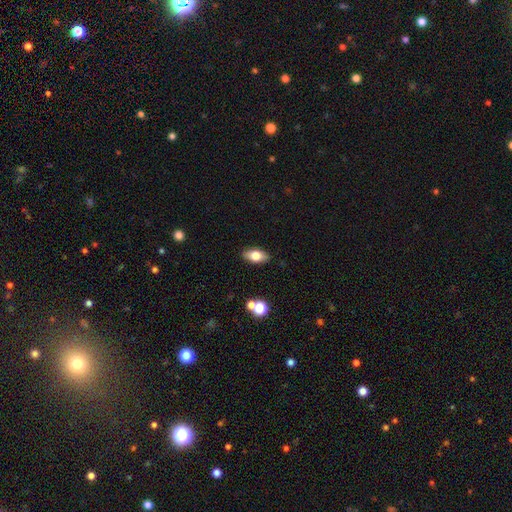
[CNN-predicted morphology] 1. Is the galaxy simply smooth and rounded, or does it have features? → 71% smooth, 21% featured or disk, 8% star or artifact.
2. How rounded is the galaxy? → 87% in between, 8% cigar-shaped, 5% round.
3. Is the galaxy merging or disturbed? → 87% none, 9% minor disturbance, 2% major disturbance, 2% merger.